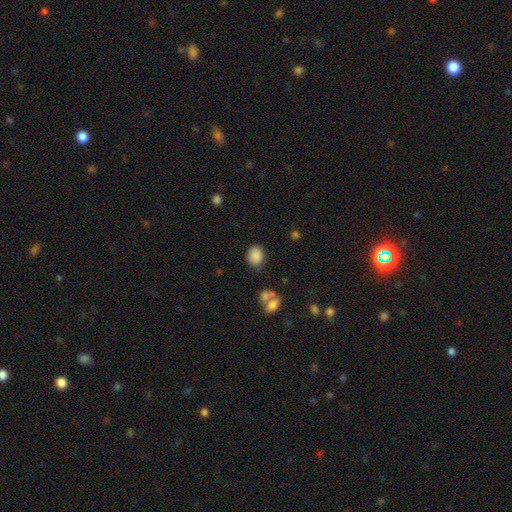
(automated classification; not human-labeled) Smooth or featured? smooth (87%)
How rounded? round (53%)
Merging? none (78%)